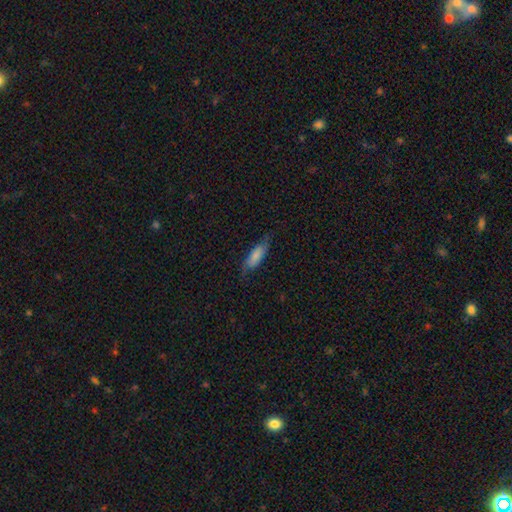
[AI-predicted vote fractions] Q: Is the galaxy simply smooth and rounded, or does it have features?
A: smooth — 74%.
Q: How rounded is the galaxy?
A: in between — 61%.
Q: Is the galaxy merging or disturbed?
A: none — 70%.